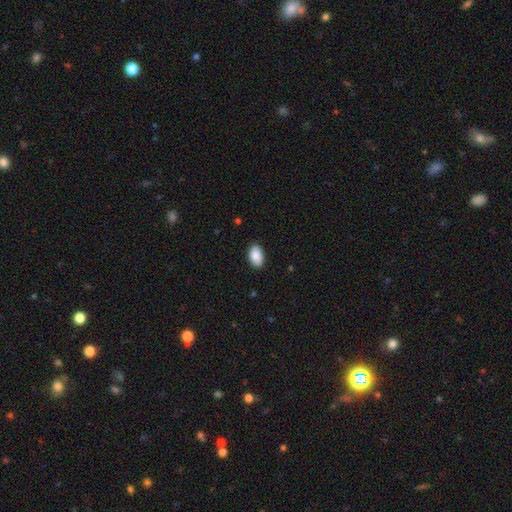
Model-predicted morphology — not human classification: This appears to be a smooth galaxy with no disk features (89%) that is in between round and cigar-shaped (93%). Merging: none (89%).